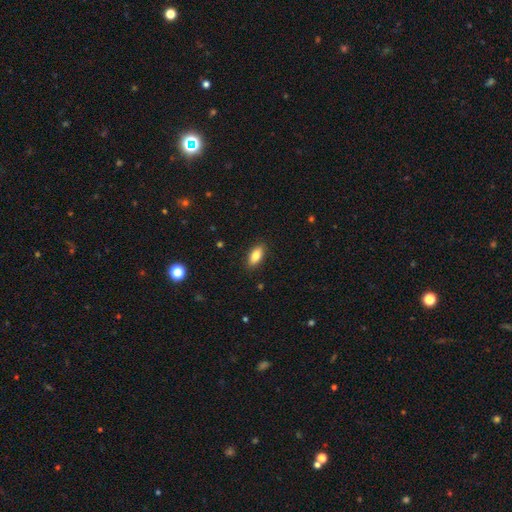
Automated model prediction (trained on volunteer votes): This is clearly a smooth galaxy (82%). How rounded: clearly in between (87%). Merging: clearly none (89%).